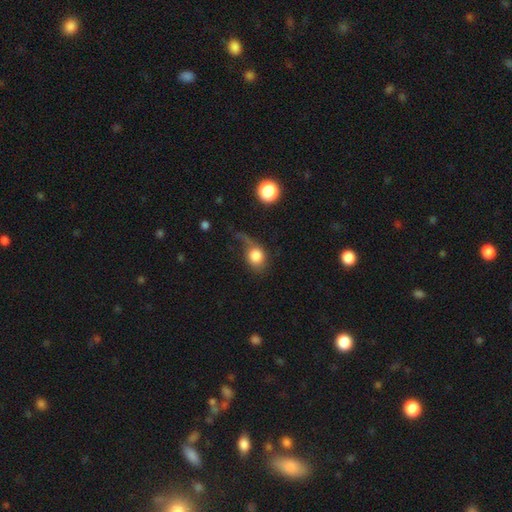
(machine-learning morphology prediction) Smooth or featured? Predicted: smooth (p=0.76). How rounded? Predicted: round (p=0.64). Merging? Predicted: major disturbance (p=0.36).